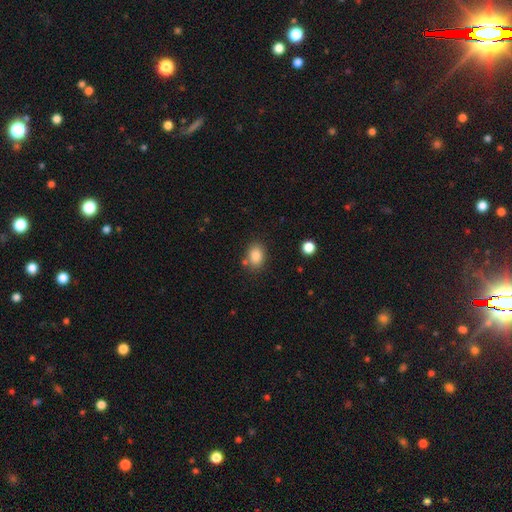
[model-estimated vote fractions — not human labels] Overall: smooth (85%). How rounded: in between (67%; round 32%). Merging: none (77%).